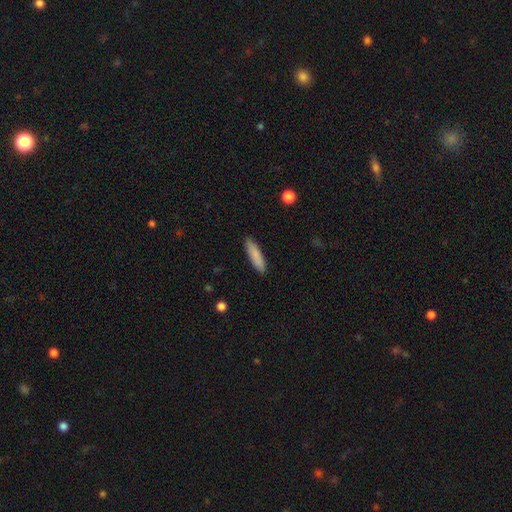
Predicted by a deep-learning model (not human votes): Q: Smooth or featured?
A: smooth (85%); runner-up: featured or disk (9%)
Q: How rounded?
A: cigar-shaped (74%); runner-up: in between (25%)
Q: Merging?
A: none (89%); runner-up: minor disturbance (8%)